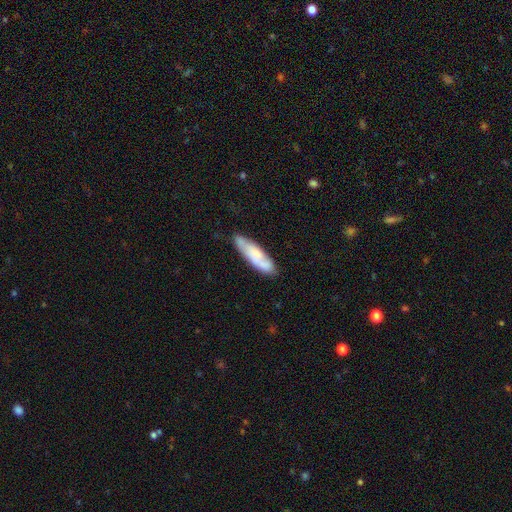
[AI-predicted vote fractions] A smooth galaxy with no disk features (55%) that is cigar-shaped (64%). Merging: none (69%).